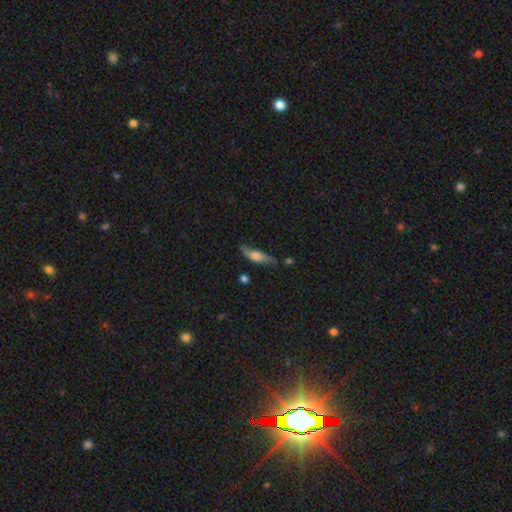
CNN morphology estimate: This appears to be a featured or disk galaxy (51%) viewed edge-on (52%). Merging: none (62%).